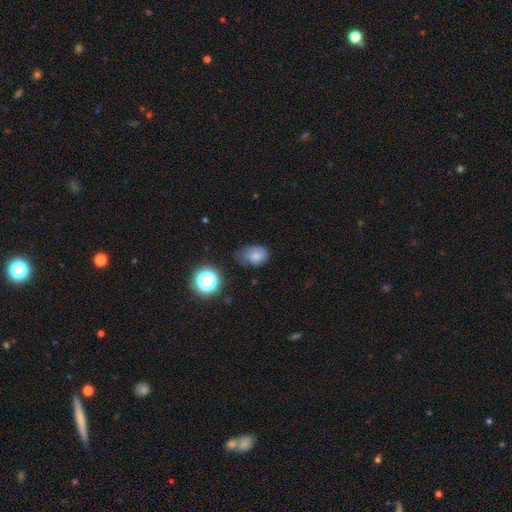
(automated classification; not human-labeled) Smooth or featured: smooth — 76% (star or artifact — 14%)
How rounded: in between — 66% (round — 32%)
Merging: none — 49% (minor disturbance — 37%)